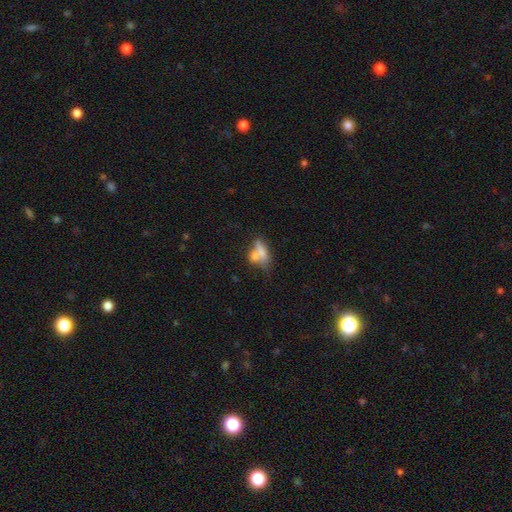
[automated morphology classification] This is likely a smooth galaxy (63%). How rounded: likely in between (69%). Merging: possibly merger (48%).